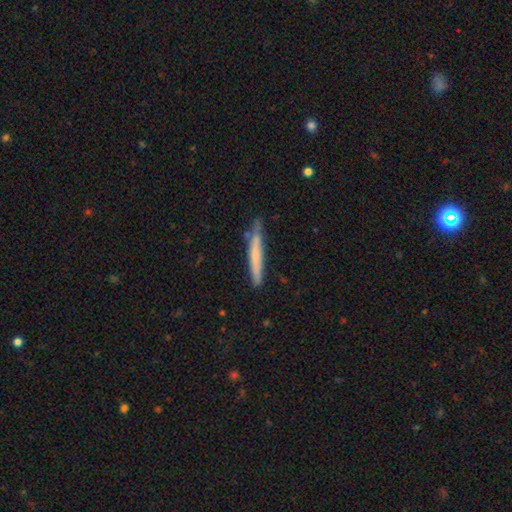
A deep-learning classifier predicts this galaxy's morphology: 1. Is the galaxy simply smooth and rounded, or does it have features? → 59% smooth, 35% featured or disk, 6% star or artifact.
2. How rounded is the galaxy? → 96% cigar-shaped, 3% in between, 1% round.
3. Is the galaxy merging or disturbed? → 74% none, 20% minor disturbance, 3% merger, 3% major disturbance.